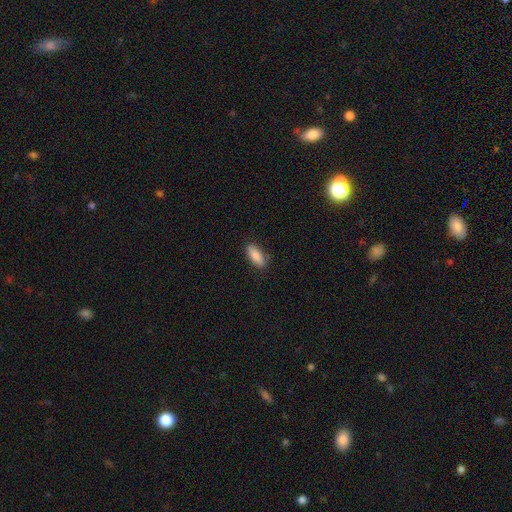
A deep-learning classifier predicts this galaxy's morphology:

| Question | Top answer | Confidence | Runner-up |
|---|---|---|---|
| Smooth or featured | smooth | 87% | featured or disk (7%) |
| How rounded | in between | 79% | cigar-shaped (19%) |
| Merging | none | 85% | minor disturbance (12%) |